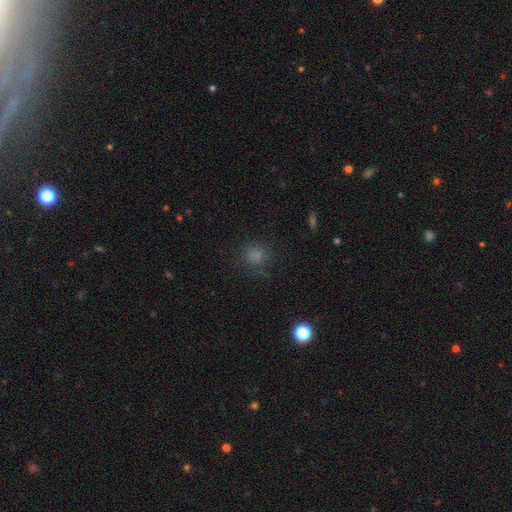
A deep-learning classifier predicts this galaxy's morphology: The model was most divided on "merging": none: 75%, minor disturbance: 16%, major disturbance: 7%, merger: 2%. More confident: how rounded — round (82%); smooth or featured — smooth (78%).